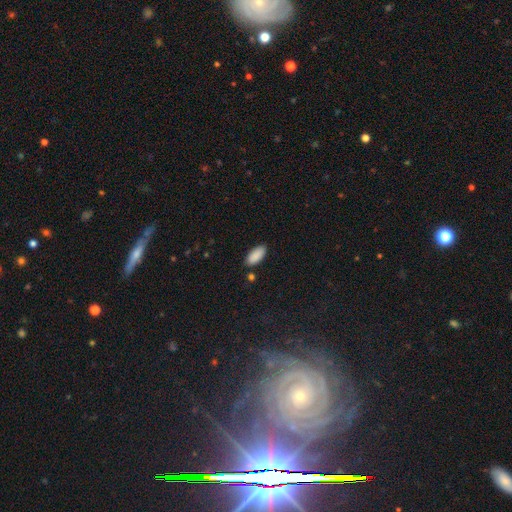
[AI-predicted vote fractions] A smooth galaxy with no disk features (90%) that is in between round and cigar-shaped (89%). Merging: none (84%).